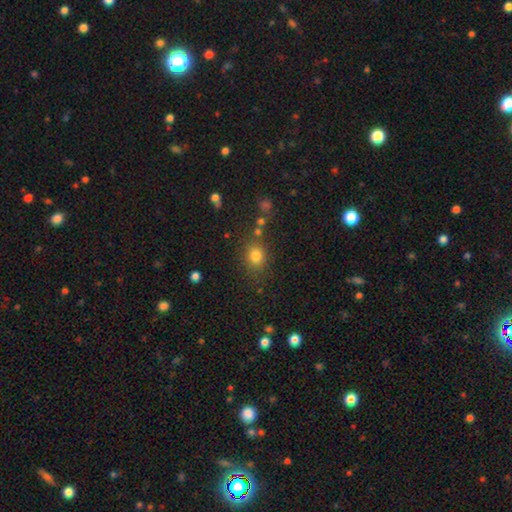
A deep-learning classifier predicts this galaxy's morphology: smooth-or-featured: smooth: 78% | star or artifact: 14% | featured or disk: 7%
  how-rounded: round: 61% | in between: 37% | cigar-shaped: 1%
  merging: none: 75% | minor disturbance: 12% | merger: 7% | major disturbance: 5%